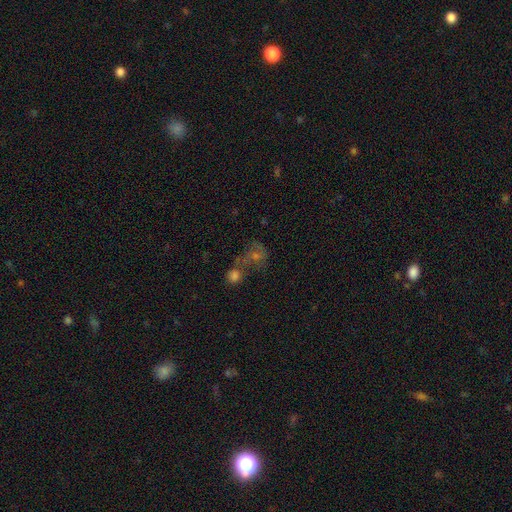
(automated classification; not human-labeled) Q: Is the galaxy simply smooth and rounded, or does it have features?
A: featured or disk — 40%.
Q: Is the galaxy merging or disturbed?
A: merger — 42%.